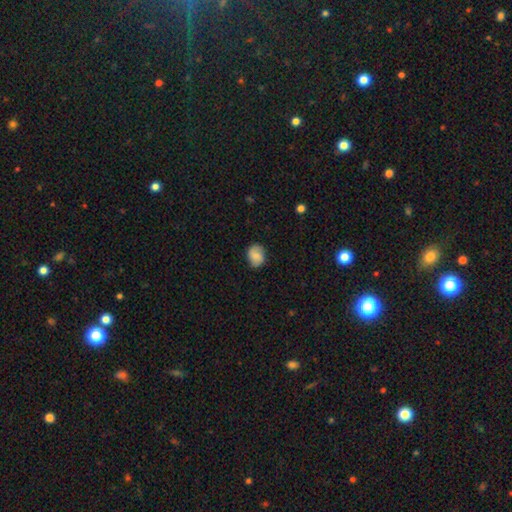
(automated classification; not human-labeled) Morphology: type=smooth (74%); roundness=in between (58%); merging=none (79%).